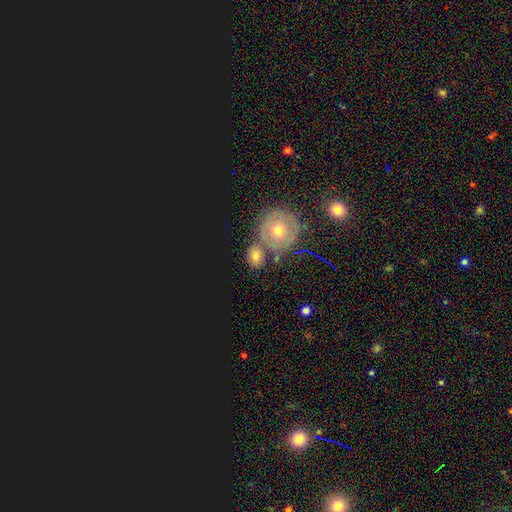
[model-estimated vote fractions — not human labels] Smooth or featured?
  - smooth: 59% *
  - featured or disk: 21%
  - star or artifact: 20%
How rounded?
  - round: 61% *
  - in between: 37%
  - cigar-shaped: 2%
Merging?
  - none: 62% *
  - merger: 21%
  - minor disturbance: 12%
  - major disturbance: 5%